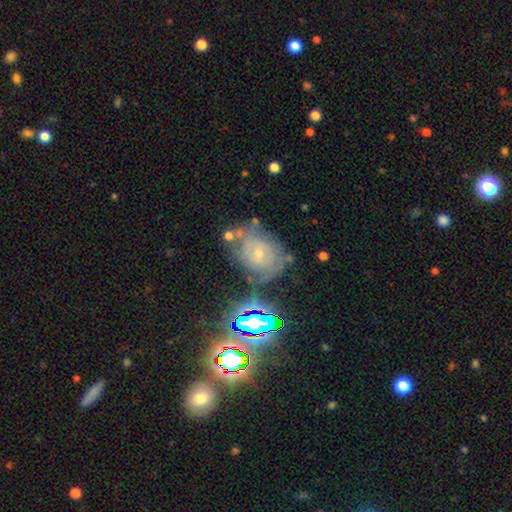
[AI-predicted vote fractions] Smooth or featured? Predicted: featured or disk (p=0.54). Edge-on disk? Predicted: no (p=0.95). Bar? Predicted: no (p=0.63). Spiral arms? Predicted: yes (p=0.86). Bulge size? Predicted: small (p=0.73). Merging? Predicted: none (p=0.66).